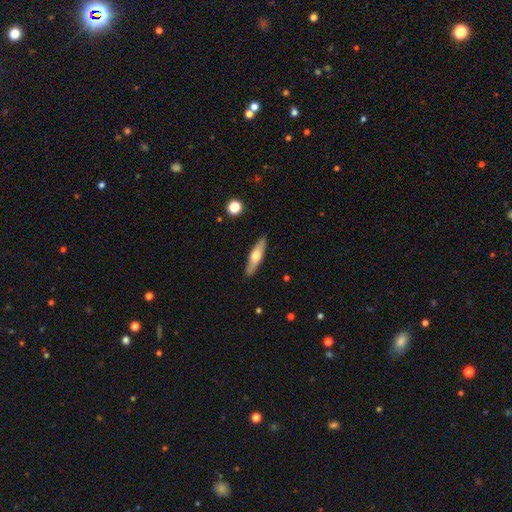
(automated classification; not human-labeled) Overall: smooth (52%; featured or disk 43%). How rounded: cigar-shaped (70%). Merging: none (88%).